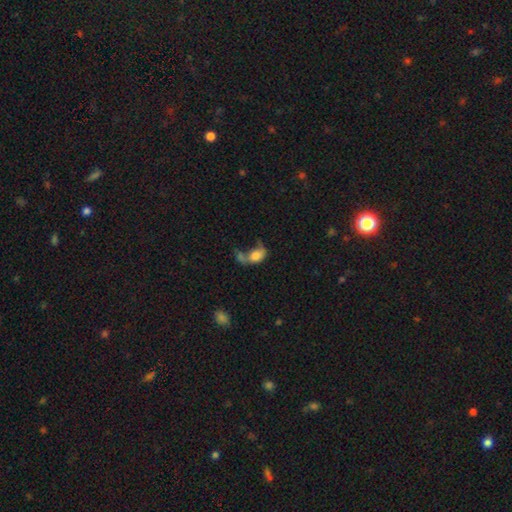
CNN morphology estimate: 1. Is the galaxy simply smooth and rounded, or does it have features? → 65% smooth, 25% featured or disk, 10% star or artifact.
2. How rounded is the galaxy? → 74% in between, 24% round, 2% cigar-shaped.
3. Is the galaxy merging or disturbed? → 39% merger, 28% major disturbance, 19% none, 14% minor disturbance.